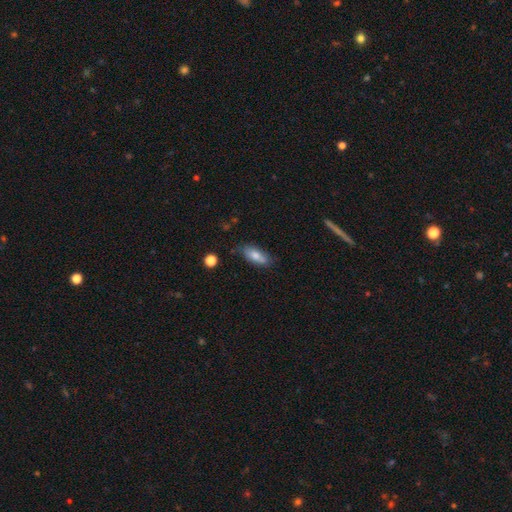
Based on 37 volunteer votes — Smooth or featured: smooth — 92% (featured or disk — 5%)
How rounded: in between — 79% (cigar-shaped — 21%)
Merging: none — 53% (minor disturbance — 33%)